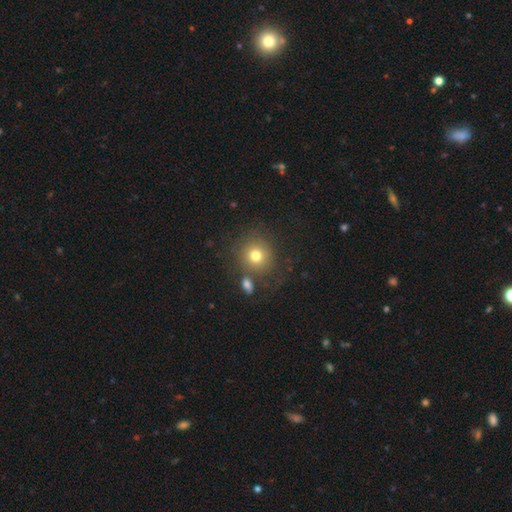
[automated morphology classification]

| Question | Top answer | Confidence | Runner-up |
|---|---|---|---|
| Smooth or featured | smooth | 76% | star or artifact (13%) |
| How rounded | round | 88% | in between (11%) |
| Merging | none | 73% | minor disturbance (11%) |